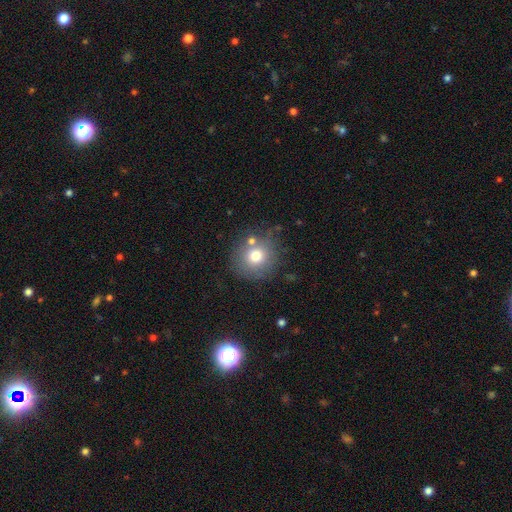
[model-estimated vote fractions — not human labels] This is likely a smooth galaxy (74%). How rounded: clearly round (91%). Merging: likely none (73%).